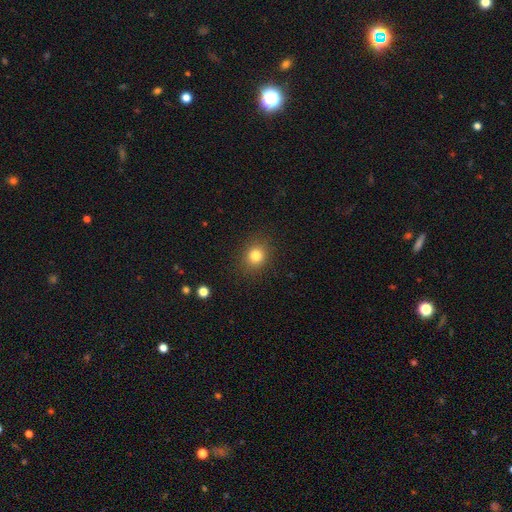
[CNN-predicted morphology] smooth-or-featured: smooth: 81% | star or artifact: 12% | featured or disk: 7%
  how-rounded: round: 74% | in between: 25% | cigar-shaped: 1%
  merging: none: 88% | minor disturbance: 8% | major disturbance: 3% | merger: 1%